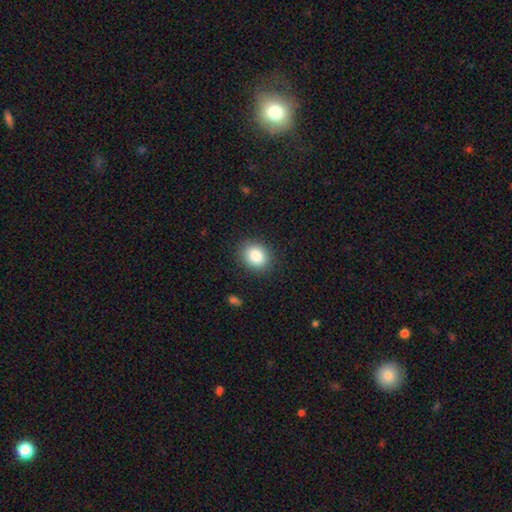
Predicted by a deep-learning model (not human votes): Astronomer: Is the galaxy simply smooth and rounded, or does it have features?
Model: smooth — 86%.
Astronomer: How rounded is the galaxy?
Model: round — 56% (runner-up: in between, 43%).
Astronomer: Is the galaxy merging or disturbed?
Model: none — 87%.